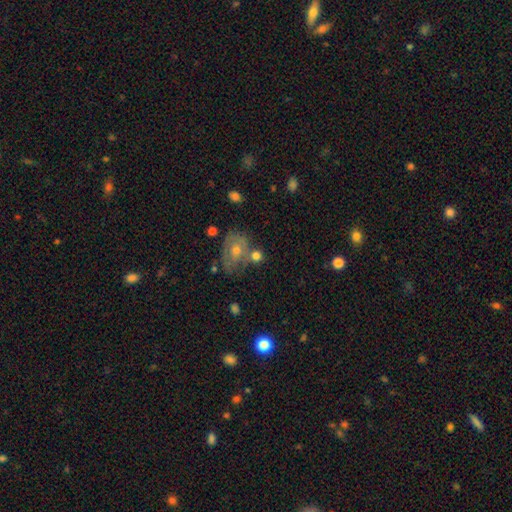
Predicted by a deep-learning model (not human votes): Smooth or featured? Predicted: smooth (p=0.65). How rounded? Predicted: round (p=0.66). Merging? Predicted: none (p=0.45).